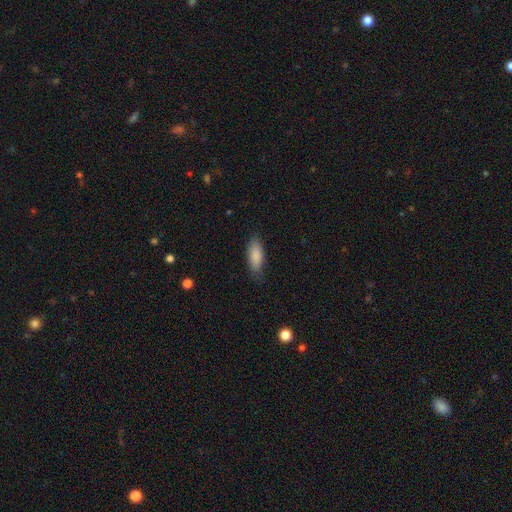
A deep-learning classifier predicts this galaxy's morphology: The model was most divided on "how rounded": in between: 76%, cigar-shaped: 22%, round: 2%. More confident: smooth or featured — smooth (87%); merging — none (78%).